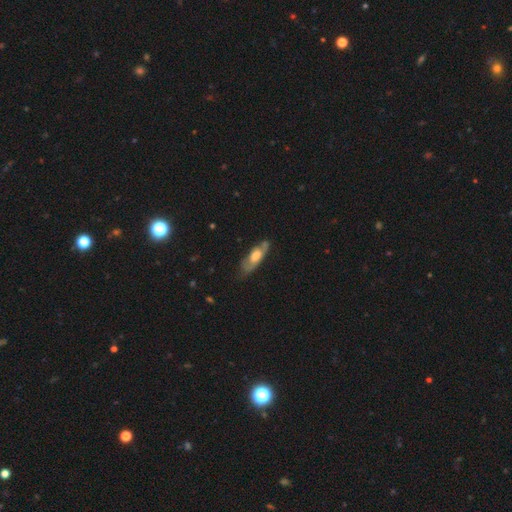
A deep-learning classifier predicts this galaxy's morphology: Smooth or featured? Predicted: featured or disk (p=0.51). Edge-on disk? Predicted: no (p=0.66). Merging? Predicted: none (p=0.61).